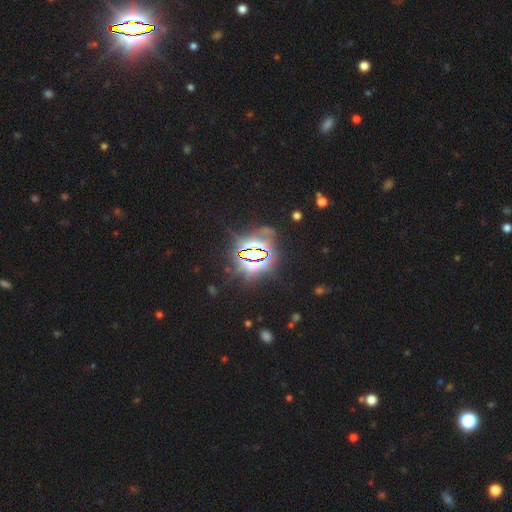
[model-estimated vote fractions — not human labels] This is clearly a star or artifact rather than a galaxy (82%).